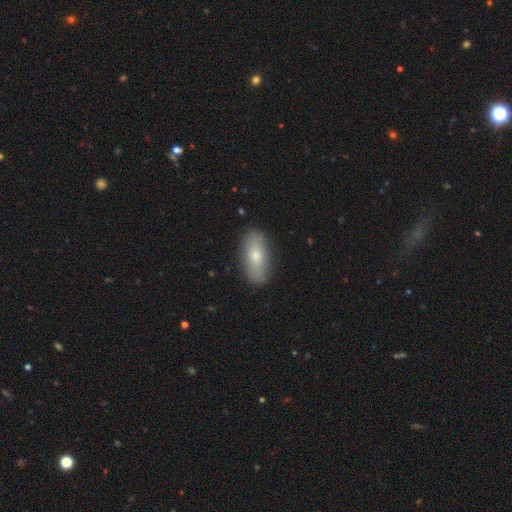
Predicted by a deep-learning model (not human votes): Smooth or featured? smooth (70%)
How rounded? in between (78%)
Merging? none (86%)